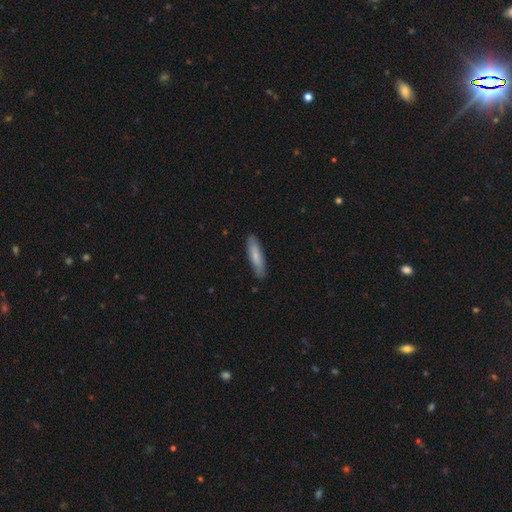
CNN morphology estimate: The model was most divided on "smooth or featured": smooth: 75%, featured or disk: 20%, star or artifact: 5%. More confident: merging — none (85%); how rounded — cigar-shaped (80%).